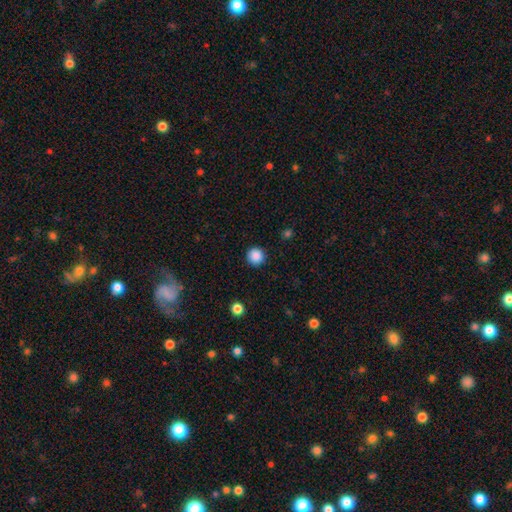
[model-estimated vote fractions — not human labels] Smooth or featured? Predicted: smooth (p=0.87). How rounded? Predicted: round (p=0.96). Merging? Predicted: none (p=0.92).